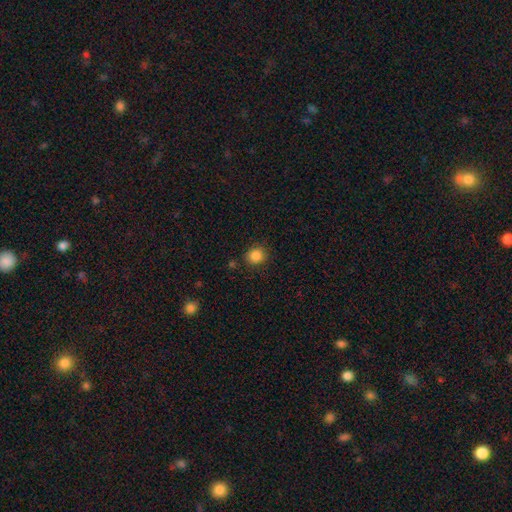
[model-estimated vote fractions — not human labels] Morphology: type=smooth (85%); roundness=round (81%); merging=none (86%).